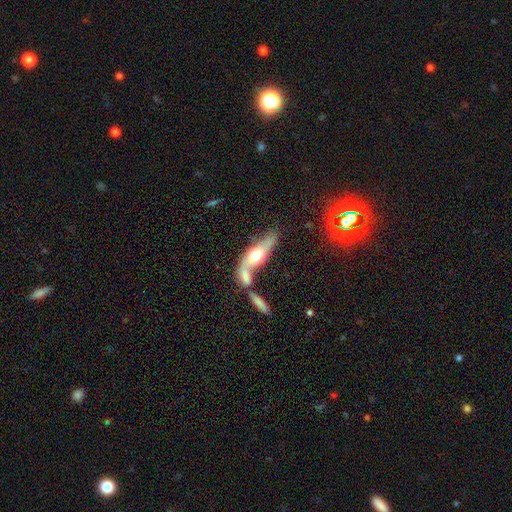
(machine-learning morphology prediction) This is possibly a featured or disk galaxy (47%). Merging: possibly merger (51%).